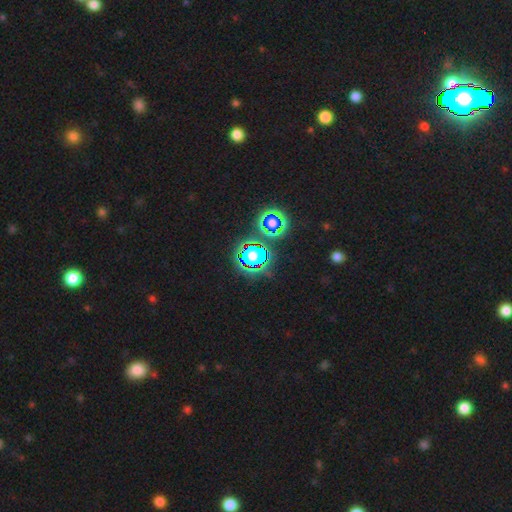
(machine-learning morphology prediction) star or artifact 79%, smooth 14%, featured or disk 7%.